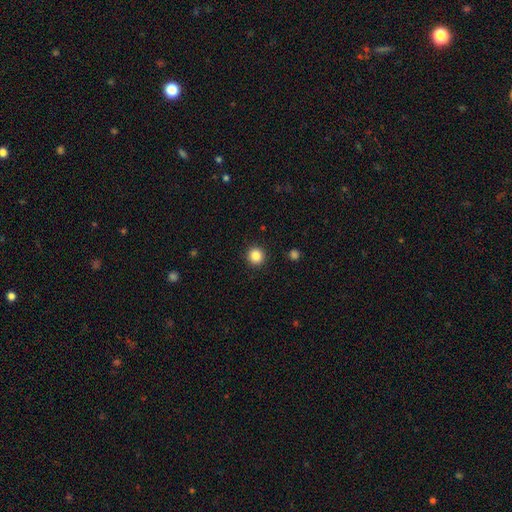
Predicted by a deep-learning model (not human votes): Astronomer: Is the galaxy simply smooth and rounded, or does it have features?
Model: smooth — 85%.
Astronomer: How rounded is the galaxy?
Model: round — 94%.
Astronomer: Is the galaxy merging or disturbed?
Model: none — 93%.